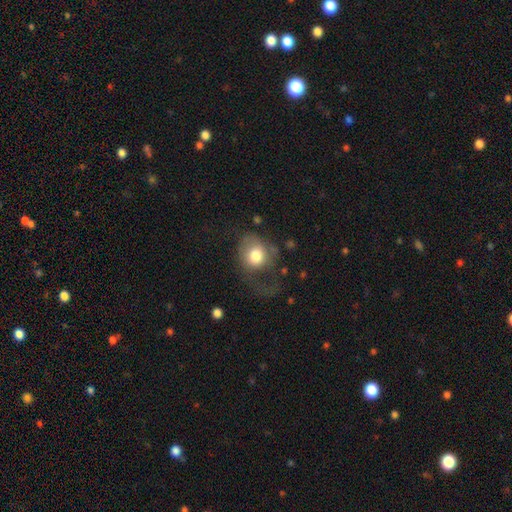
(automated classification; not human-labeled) Smooth or featured? smooth (72%)
How rounded? round (65%)
Merging? major disturbance (48%)